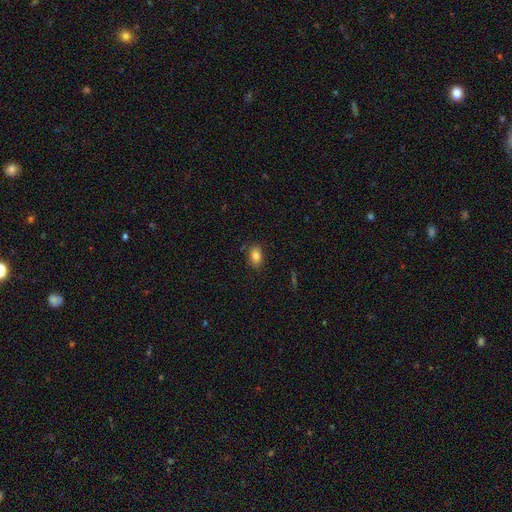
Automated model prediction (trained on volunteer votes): Overall: smooth (84%). How rounded: in between (80%). Merging: none (81%).